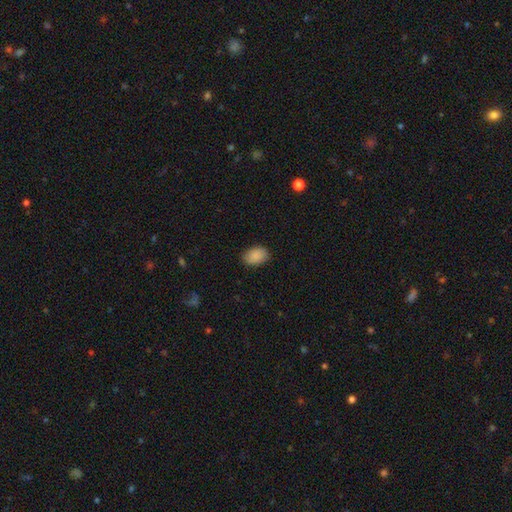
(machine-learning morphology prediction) The model was most divided on "how rounded": in between: 82%, round: 17%, cigar-shaped: 1%. More confident: smooth or featured — smooth (90%); merging — none (86%).